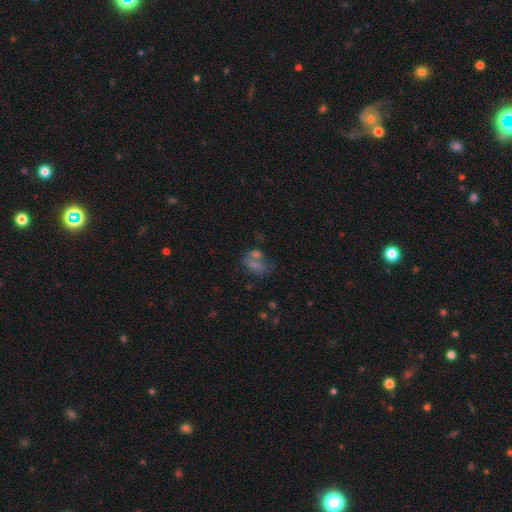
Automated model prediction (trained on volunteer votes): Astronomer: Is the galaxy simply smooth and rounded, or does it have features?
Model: smooth — 47% (runner-up: star or artifact, 28%).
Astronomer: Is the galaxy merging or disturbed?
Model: none — 41% (runner-up: merger, 27%).